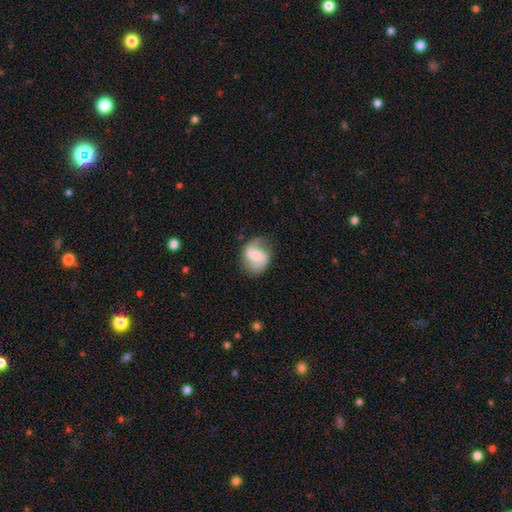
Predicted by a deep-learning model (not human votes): smooth-or-featured: featured or disk: 71% | smooth: 23% | star or artifact: 6%
  disk-edge-on: no: 98% | yes: 2%
    bar: weak: 48% | strong: 28% | no: 24%
    has-spiral-arms: yes: 92% | no: 8%
      spiral-winding: loose: 51% | medium: 37% | tight: 11%
      spiral-arm-count: 2: 87% | 1: 5% | can't tell: 4% | 3: 1% | 4: 1% | more than 4: 1%
    bulge-size: small: 37% | moderate: 36% | none: 17% | large: 8% | dominant: 2%
  merging: none: 74% | minor disturbance: 18% | major disturbance: 7% | merger: 1%